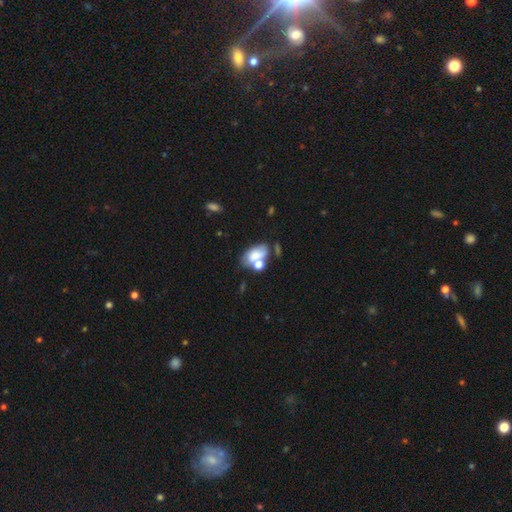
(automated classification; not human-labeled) Smooth or featured: smooth — 66% (featured or disk — 23%)
How rounded: in between — 85% (round — 13%)
Merging: merger — 41% (none — 33%)